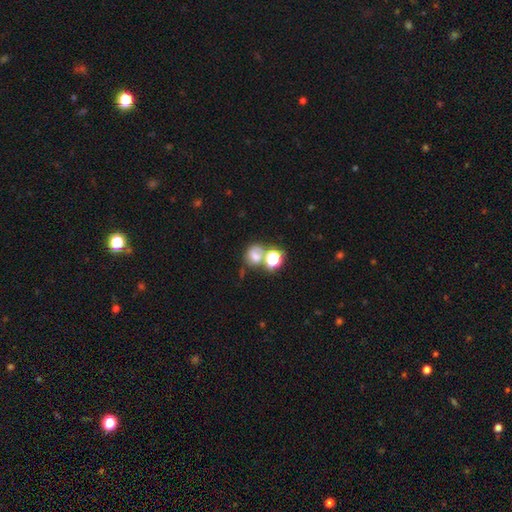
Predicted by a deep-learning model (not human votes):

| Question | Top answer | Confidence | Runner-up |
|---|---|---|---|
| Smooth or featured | smooth | 62% | star or artifact (21%) |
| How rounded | round | 60% | in between (38%) |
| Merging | none | 40% | merger (38%) |